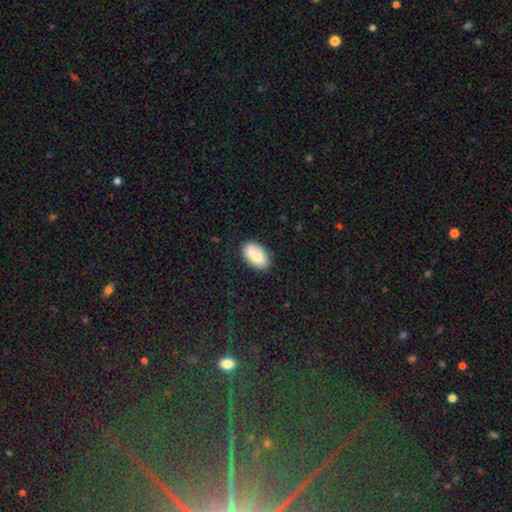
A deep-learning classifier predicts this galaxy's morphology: smooth 75%, featured or disk 18%, star or artifact 7%. Down the decision tree: how rounded — in between (93%); merging — none (79%).